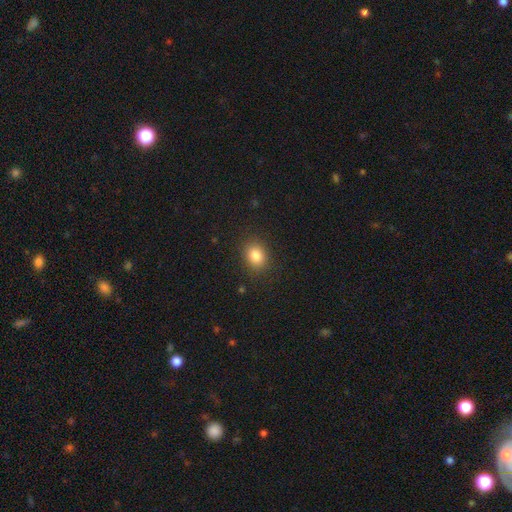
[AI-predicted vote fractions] Smooth or featured?
  - smooth: 83% *
  - star or artifact: 11%
  - featured or disk: 6%
How rounded?
  - round: 58% *
  - in between: 41%
  - cigar-shaped: 1%
Merging?
  - none: 87% *
  - minor disturbance: 9%
  - major disturbance: 3%
  - merger: 1%